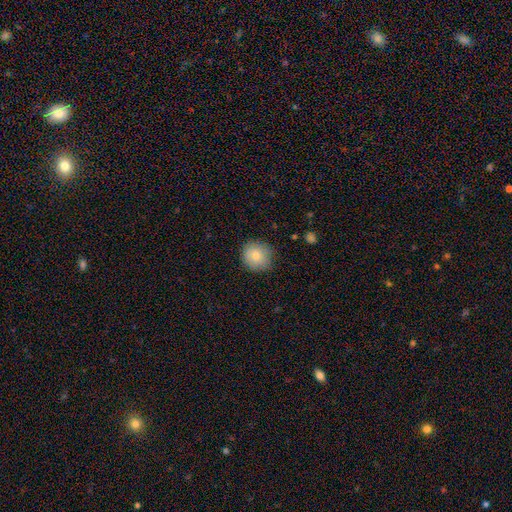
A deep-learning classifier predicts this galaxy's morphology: A smooth galaxy with no disk features (79%) that is round (91%). Merging: none (84%).